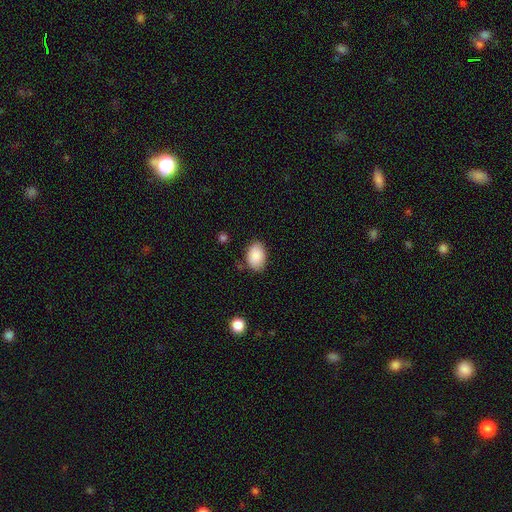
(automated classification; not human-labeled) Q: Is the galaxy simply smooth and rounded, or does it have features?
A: smooth — 89%.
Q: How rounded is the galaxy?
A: in between — 87%.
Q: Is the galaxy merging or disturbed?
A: none — 79%.